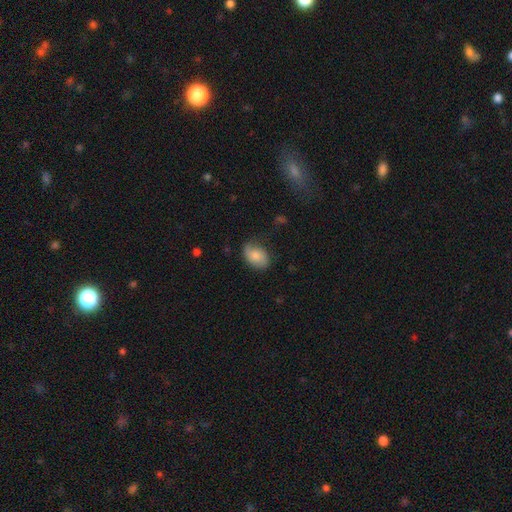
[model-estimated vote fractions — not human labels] Smooth or featured: smooth — 71% (featured or disk — 22%)
How rounded: in between — 86% (round — 13%)
Merging: none — 67% (minor disturbance — 24%)